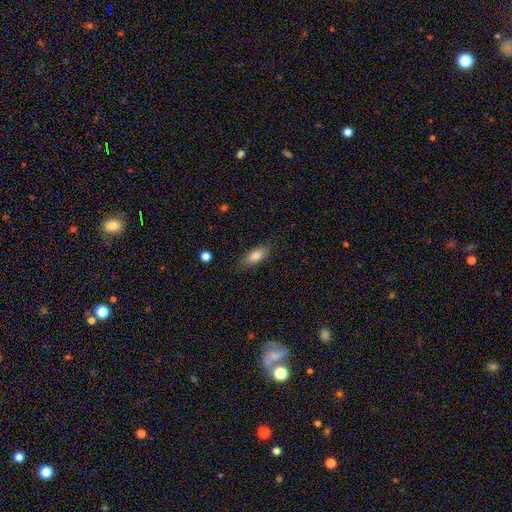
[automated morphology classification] smooth 83%, featured or disk 9%, star or artifact 7%. Down the decision tree: how rounded — in between (79%); merging — none (81%).